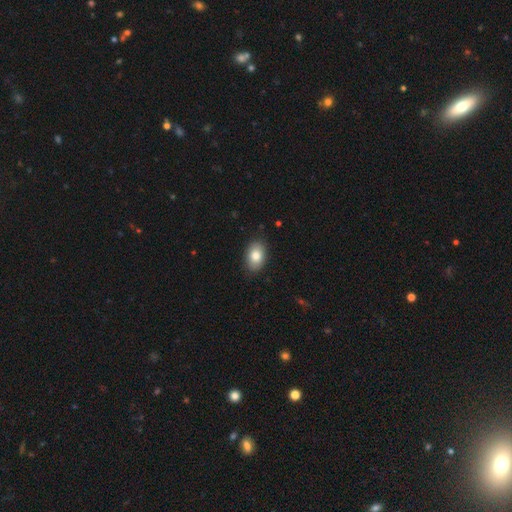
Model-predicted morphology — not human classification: smooth 83%, featured or disk 10%, star or artifact 7%. Down the decision tree: how rounded — in between (87%); merging — none (87%).